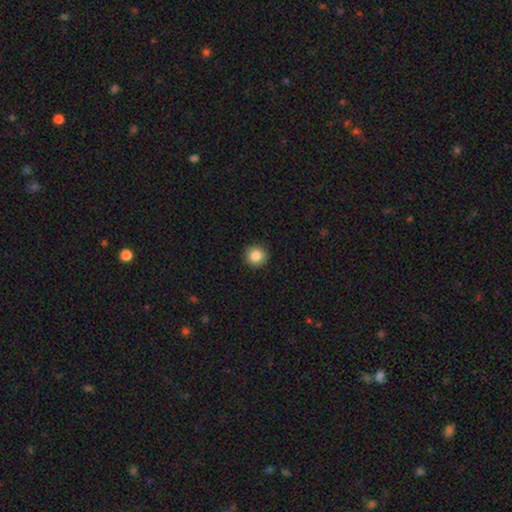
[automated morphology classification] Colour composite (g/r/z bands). It shows a smooth galaxy with no disk features (85%) that is round (94%). Merging: none (93%).